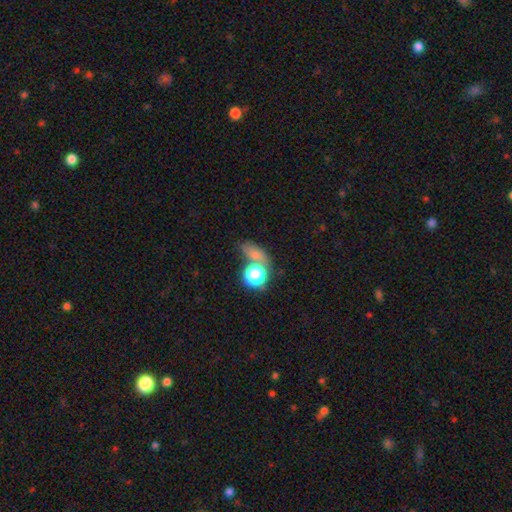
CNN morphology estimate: Overall: smooth (64%; star or artifact 25%). How rounded: in between (52%; round 42%). Merging: none (49%; merger 28%).